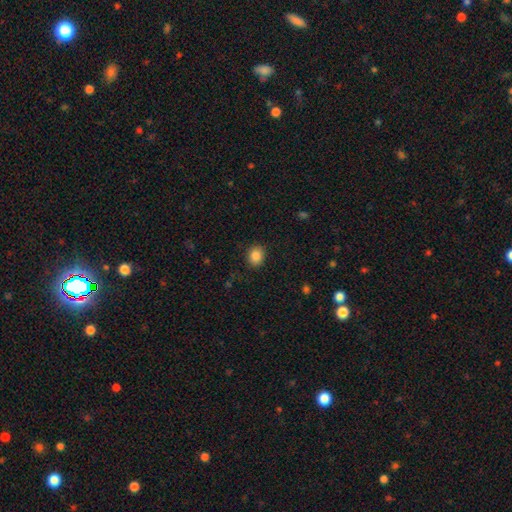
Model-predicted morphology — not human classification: This appears to be a smooth galaxy with no disk features (86%) that is round (64%). Merging: none (88%).